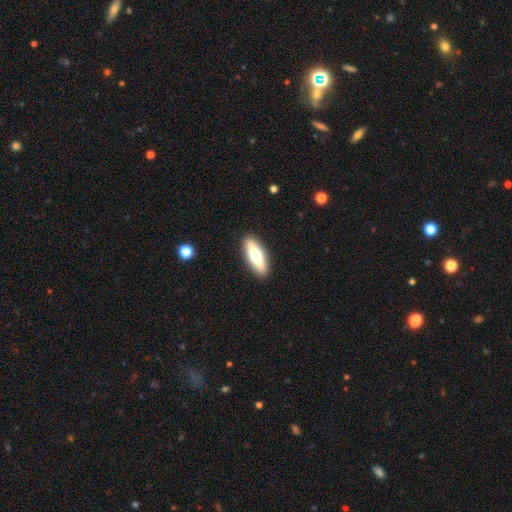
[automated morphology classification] smooth-or-featured: smooth: 52% | featured or disk: 42% | star or artifact: 6%
  how-rounded: cigar-shaped: 52% | in between: 46% | round: 2%
  merging: none: 90% | minor disturbance: 7% | major disturbance: 2% | merger: 1%